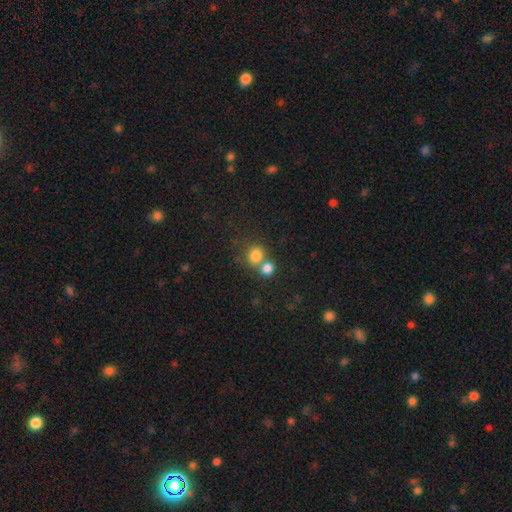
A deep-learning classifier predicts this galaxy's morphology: Q: Smooth or featured?
A: smooth (80%); runner-up: star or artifact (12%)
Q: How rounded?
A: round (73%); runner-up: in between (26%)
Q: Merging?
A: merger (45%); runner-up: none (44%)